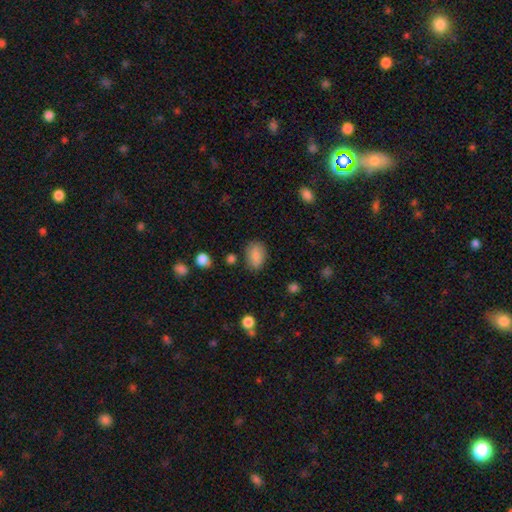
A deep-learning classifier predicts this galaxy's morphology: smooth 85%, star or artifact 8%, featured or disk 6%. Down the decision tree: how rounded — in between (84%); merging — none (80%).